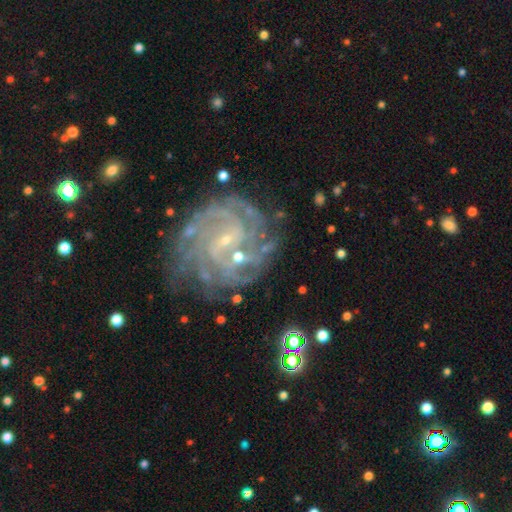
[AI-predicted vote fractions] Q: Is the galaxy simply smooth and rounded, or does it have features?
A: featured or disk — 87%.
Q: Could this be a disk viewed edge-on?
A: no — 98%.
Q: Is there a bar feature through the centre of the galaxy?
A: no — 44%.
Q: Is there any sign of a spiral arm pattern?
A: yes — 97%.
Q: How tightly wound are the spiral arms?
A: tight — 69%.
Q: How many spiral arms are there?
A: can't tell — 26%.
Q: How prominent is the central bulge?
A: small — 83%.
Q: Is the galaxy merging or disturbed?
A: none — 68%.